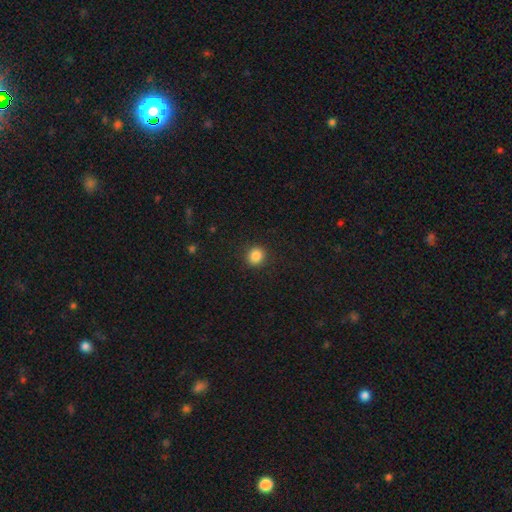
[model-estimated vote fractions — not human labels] Smooth or featured? Predicted: smooth (p=0.86). How rounded? Predicted: round (p=0.88). Merging? Predicted: none (p=0.91).